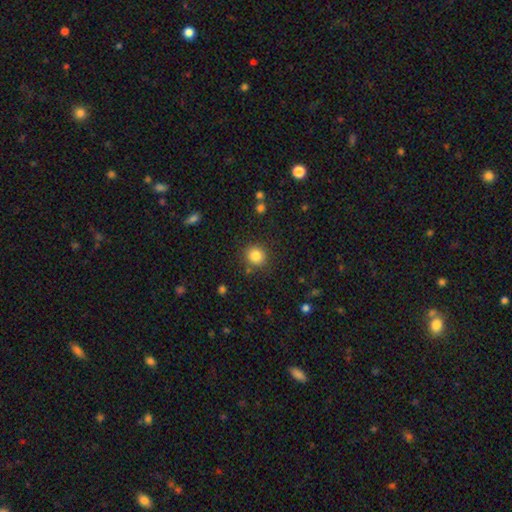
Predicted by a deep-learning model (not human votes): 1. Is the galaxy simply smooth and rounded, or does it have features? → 84% smooth, 11% star or artifact, 5% featured or disk.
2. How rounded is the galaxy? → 89% round, 10% in between, 1% cigar-shaped.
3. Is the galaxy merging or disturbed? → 85% none, 9% minor disturbance, 3% merger, 3% major disturbance.